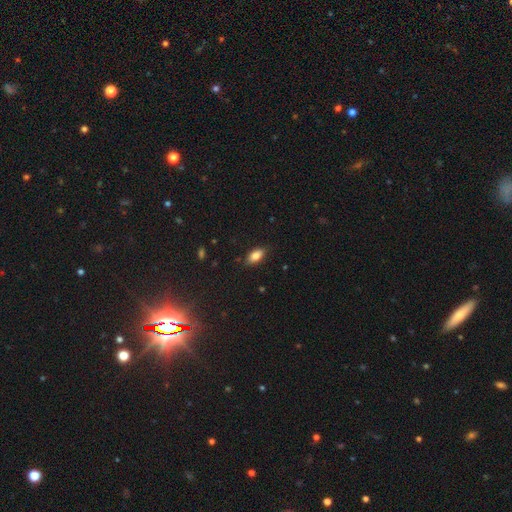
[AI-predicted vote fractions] smooth_or_featured: smooth (p=0.83) [alt: featured or disk p=0.09]
how_rounded: in between (p=0.90) [alt: cigar-shaped p=0.06]
merging: none (p=0.84) [alt: minor disturbance p=0.12]